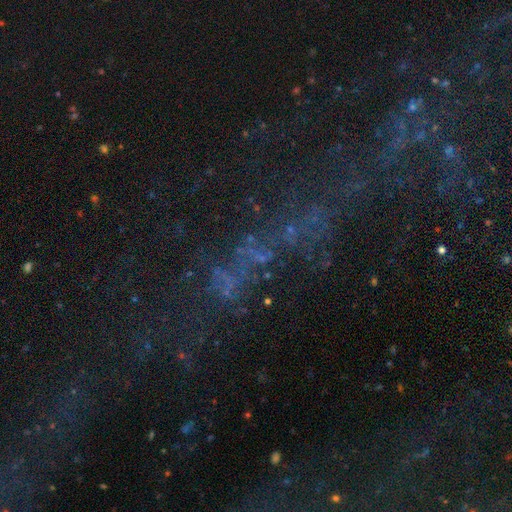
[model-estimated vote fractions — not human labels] Morphology: type=star or artifact (51%).